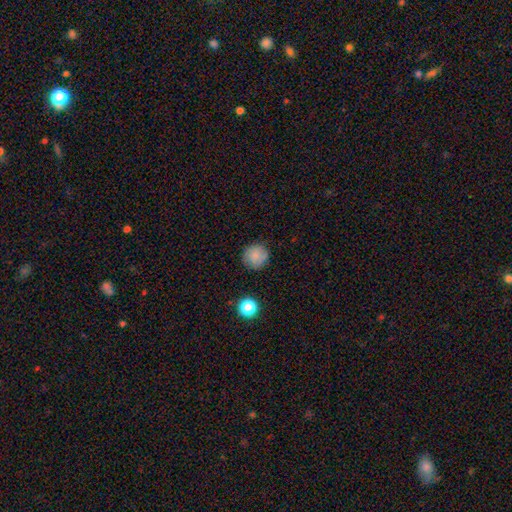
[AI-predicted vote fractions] A smooth galaxy with no disk features (82%) that is round (92%).

Vote fractions:
- Smooth or featured? smooth: 82% / star or artifact: 10% / featured or disk: 8%
- How rounded? round: 92% / in between: 7% / cigar-shaped: 1%
- Merging? none: 83% / minor disturbance: 12% / major disturbance: 3% / merger: 2%